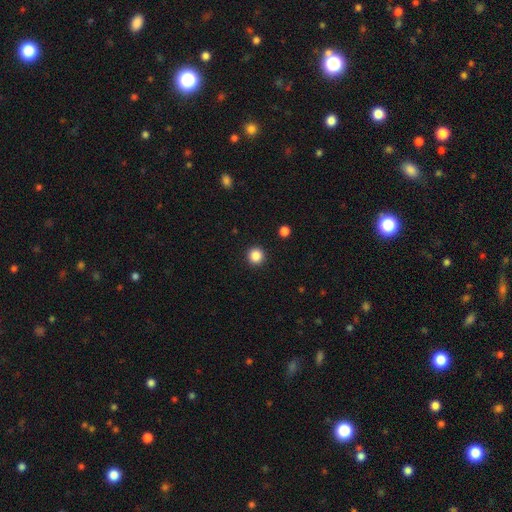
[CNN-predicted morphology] Smooth or featured: smooth — 87% (star or artifact — 10%)
How rounded: round — 95% (in between — 4%)
Merging: none — 93% (minor disturbance — 4%)